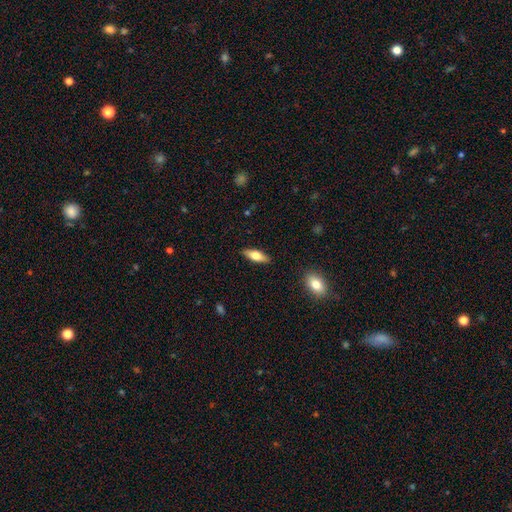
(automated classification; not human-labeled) Overall: smooth (63%; featured or disk 31%). How rounded: in between (63%; cigar-shaped 35%). Merging: none (89%).